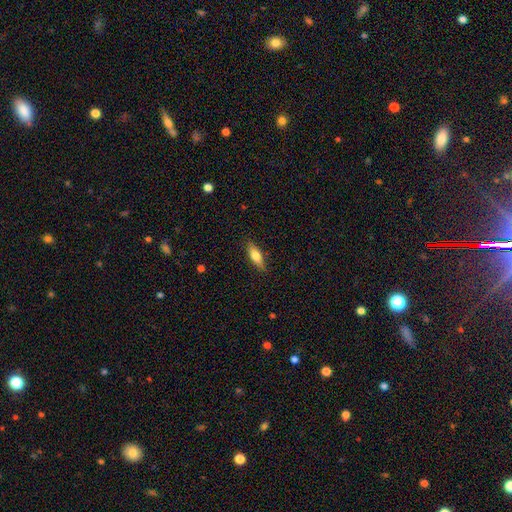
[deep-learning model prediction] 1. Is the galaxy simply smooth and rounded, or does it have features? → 67% smooth, 26% featured or disk, 6% star or artifact.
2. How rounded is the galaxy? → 56% in between, 42% cigar-shaped, 3% round.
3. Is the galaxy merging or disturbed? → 84% none, 12% minor disturbance, 2% major disturbance, 1% merger.